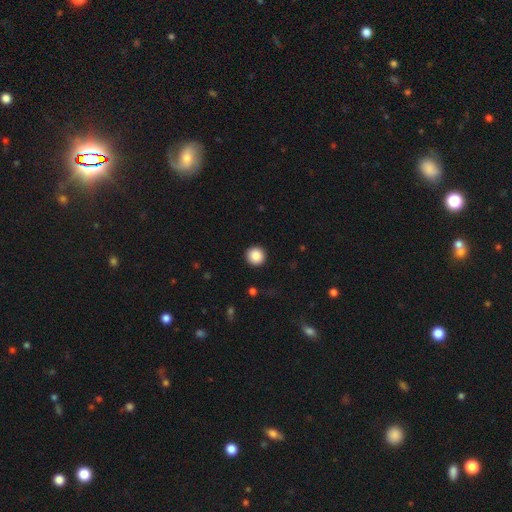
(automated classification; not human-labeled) Smooth or featured: smooth — 89% (star or artifact — 9%)
How rounded: round — 95% (in between — 4%)
Merging: none — 93% (minor disturbance — 5%)